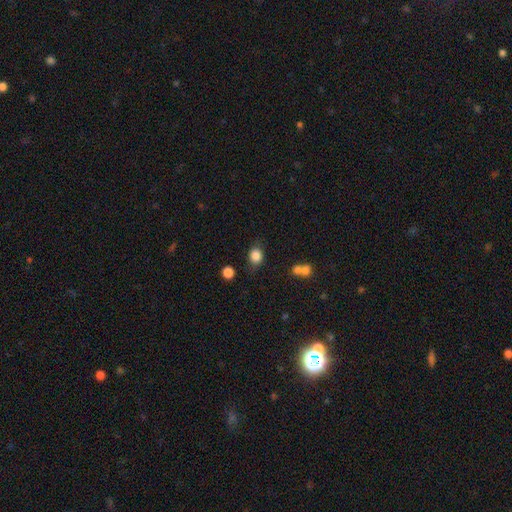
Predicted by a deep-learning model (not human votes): Q: Smooth or featured?
A: smooth (82%); runner-up: star or artifact (9%)
Q: How rounded?
A: round (53%); runner-up: in between (46%)
Q: Merging?
A: none (69%); runner-up: minor disturbance (20%)